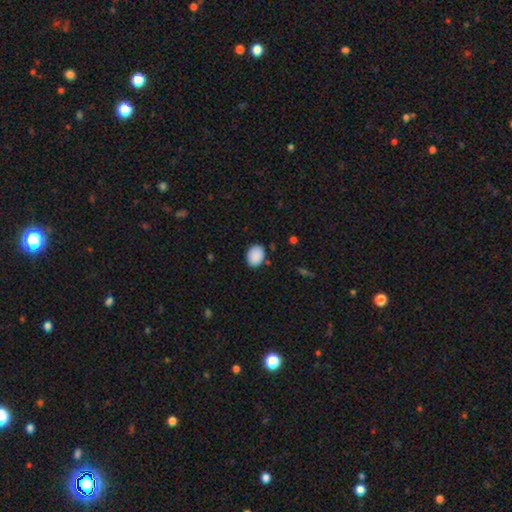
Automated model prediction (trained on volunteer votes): Smooth or featured? smooth (90%)
How rounded? in between (67%)
Merging? none (85%)